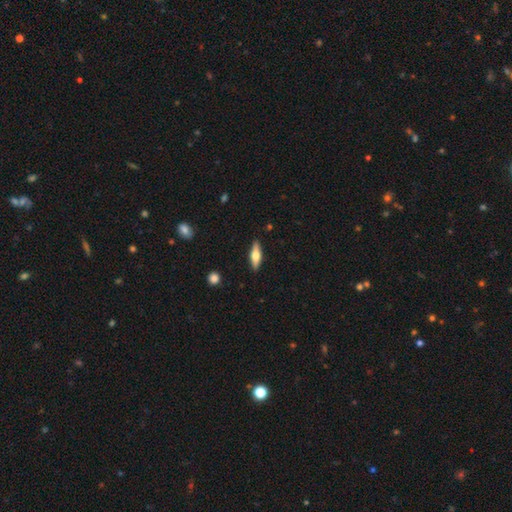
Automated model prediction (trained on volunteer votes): Smooth or featured: featured or disk — 48% (smooth — 46%)
Merging: none — 89% (minor disturbance — 8%)